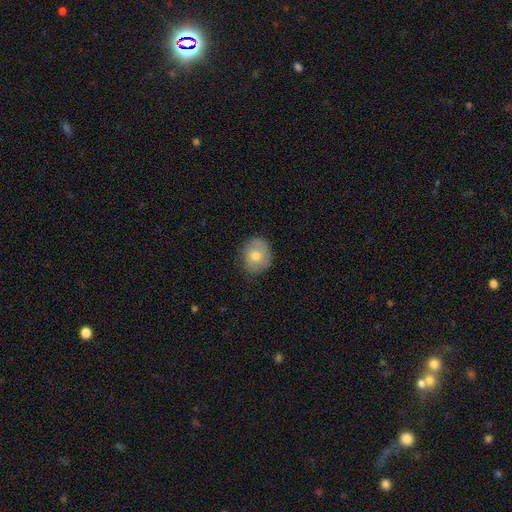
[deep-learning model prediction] Smooth or featured: smooth — 68% (featured or disk — 24%)
How rounded: round — 74% (in between — 25%)
Merging: none — 76% (minor disturbance — 19%)